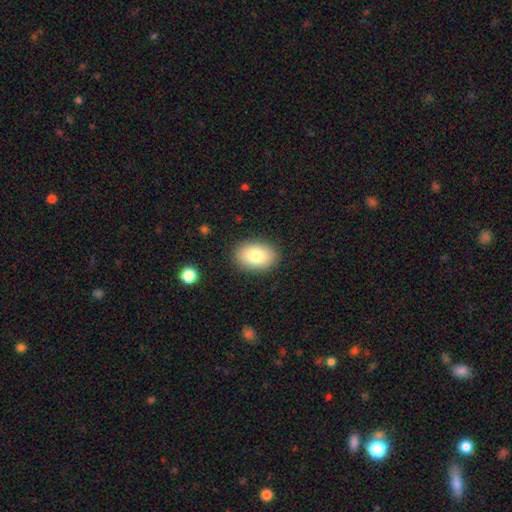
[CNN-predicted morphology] A smooth galaxy with no disk features (81%) that is in between round and cigar-shaped (83%).

Vote fractions:
- Smooth or featured? smooth: 81% / featured or disk: 11% / star or artifact: 8%
- How rounded? in between: 83% / round: 16% / cigar-shaped: 1%
- Merging? none: 88% / minor disturbance: 8% / major disturbance: 2% / merger: 1%